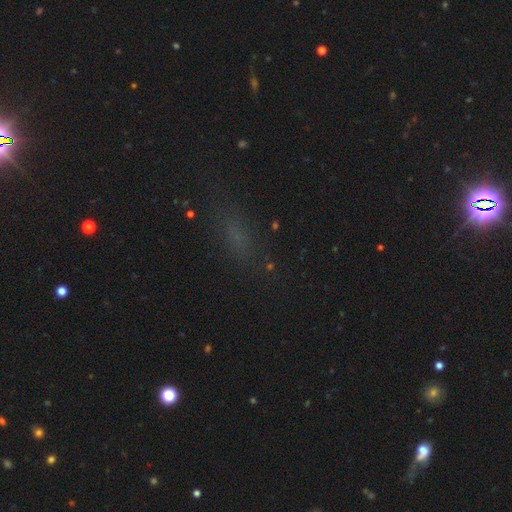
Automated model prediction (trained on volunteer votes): The model was most divided on "smooth or featured": star or artifact: 51%, smooth: 32%, featured or disk: 17%.